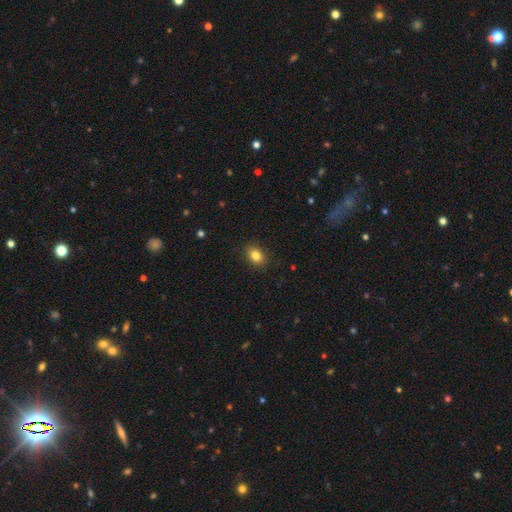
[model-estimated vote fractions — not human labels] Smooth or featured?
  - smooth: 83% *
  - star or artifact: 10%
  - featured or disk: 7%
How rounded?
  - in between: 68% *
  - round: 31%
  - cigar-shaped: 1%
Merging?
  - none: 88% *
  - minor disturbance: 9%
  - major disturbance: 2%
  - merger: 1%